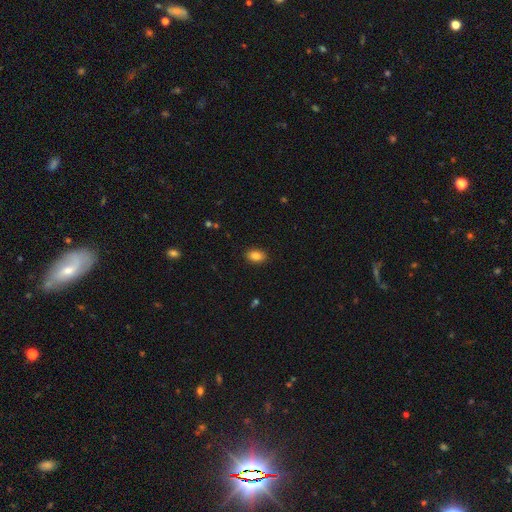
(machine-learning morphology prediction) Q: Smooth or featured?
A: smooth (86%); runner-up: star or artifact (9%)
Q: How rounded?
A: in between (86%); runner-up: round (12%)
Q: Merging?
A: none (89%); runner-up: minor disturbance (8%)